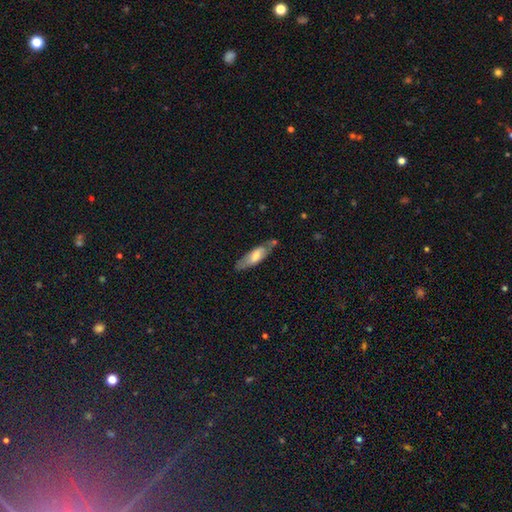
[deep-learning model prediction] smooth_or_featured: smooth (p=0.59) [alt: featured or disk p=0.35]
how_rounded: in between (p=0.50) [alt: cigar-shaped p=0.48]
merging: none (p=0.64) [alt: minor disturbance p=0.23]